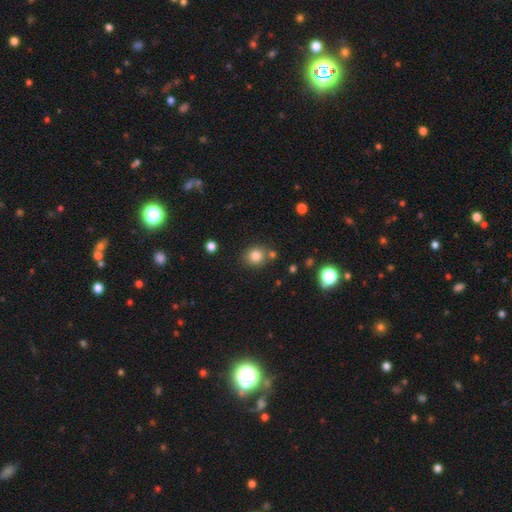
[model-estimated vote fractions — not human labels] Morphology: type=smooth (82%); roundness=round (83%); merging=none (75%).